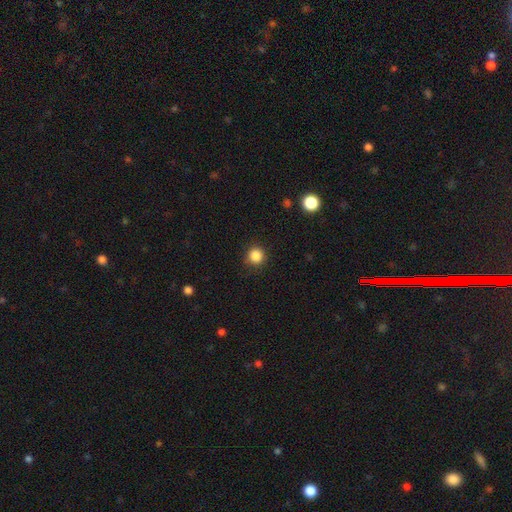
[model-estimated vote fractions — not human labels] smooth_or_featured: smooth (p=0.86) [alt: star or artifact p=0.11]
how_rounded: round (p=0.93) [alt: in between p=0.06]
merging: none (p=0.88) [alt: minor disturbance p=0.08]